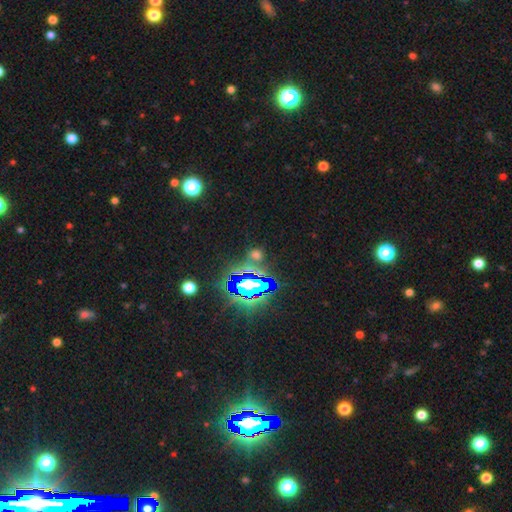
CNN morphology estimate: smooth-or-featured: star or artifact: 58% | smooth: 34% | featured or disk: 9%